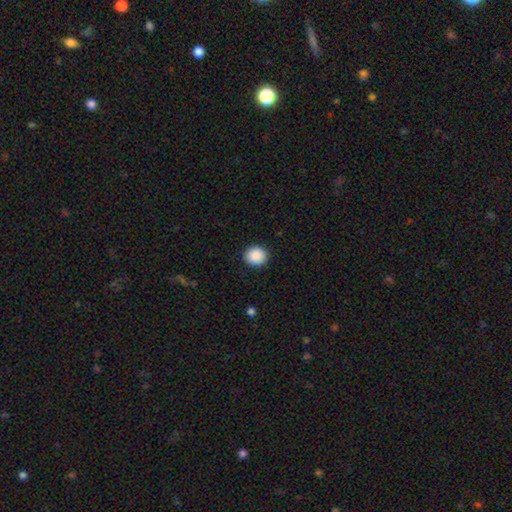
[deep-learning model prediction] smooth_or_featured: smooth (p=0.90) [alt: star or artifact p=0.08]
how_rounded: round (p=0.80) [alt: in between p=0.20]
merging: none (p=0.90) [alt: minor disturbance p=0.07]